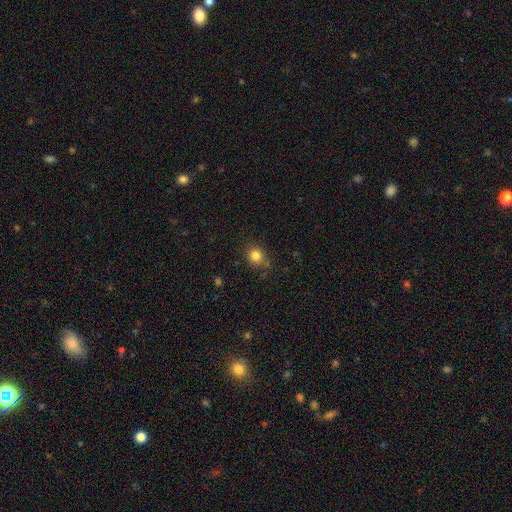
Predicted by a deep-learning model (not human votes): Q: Smooth or featured?
A: smooth (83%); runner-up: star or artifact (12%)
Q: How rounded?
A: round (76%); runner-up: in between (23%)
Q: Merging?
A: none (81%); runner-up: minor disturbance (14%)